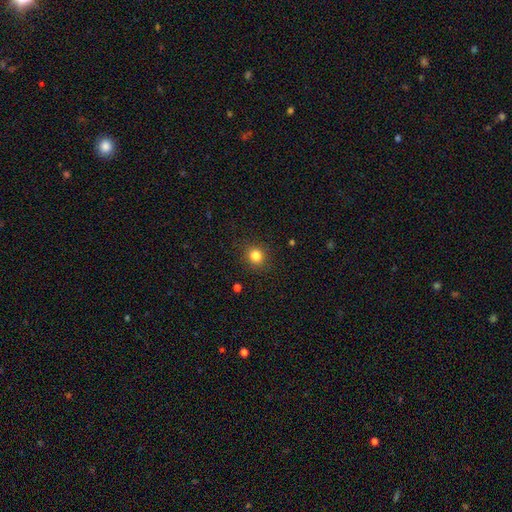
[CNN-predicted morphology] type=smooth (82%); roundness=round (87%); merging=none (89%).